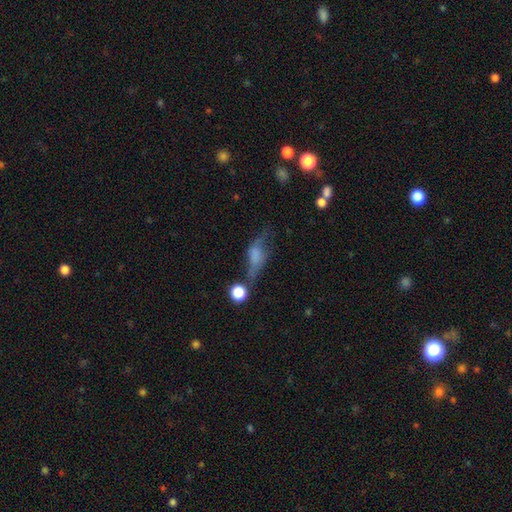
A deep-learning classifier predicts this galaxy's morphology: Q: Smooth or featured?
A: smooth (48%); runner-up: featured or disk (39%)
Q: Merging?
A: none (33%); runner-up: major disturbance (31%)